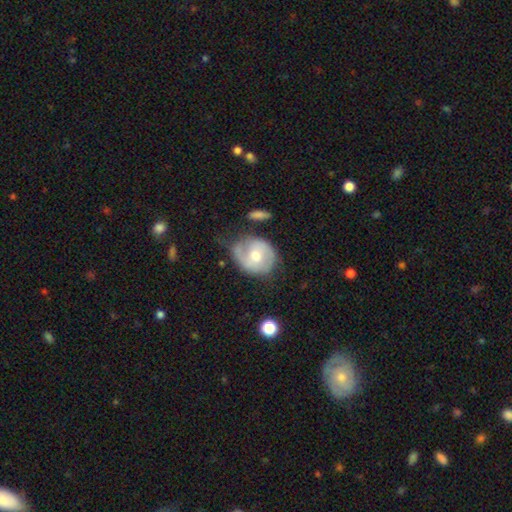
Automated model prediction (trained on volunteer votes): smooth-or-featured: featured or disk: 59% | smooth: 35% | star or artifact: 6%
  disk-edge-on: no: 97% | yes: 3%
    bar: no: 48% | weak: 43% | strong: 10%
    has-spiral-arms: yes: 78% | no: 22%
    bulge-size: moderate: 66% | small: 23% | large: 8% | none: 2% | dominant: 1%
  merging: none: 50% | minor disturbance: 29% | major disturbance: 14% | merger: 6%